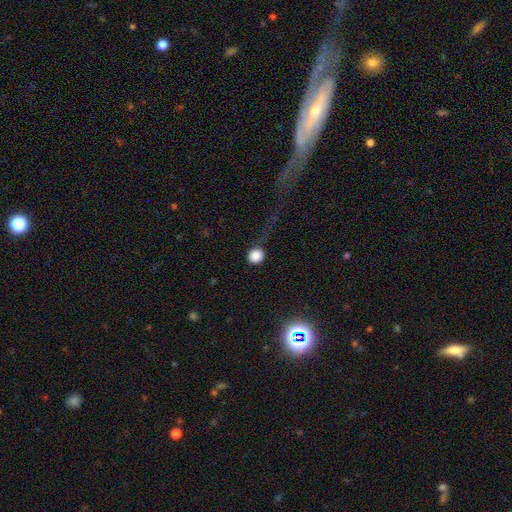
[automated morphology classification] Smooth or featured?
  - smooth: 86% *
  - star or artifact: 10%
  - featured or disk: 5%
How rounded?
  - round: 89% *
  - in between: 10%
  - cigar-shaped: 1%
Merging?
  - none: 68% *
  - minor disturbance: 16%
  - major disturbance: 13%
  - merger: 4%